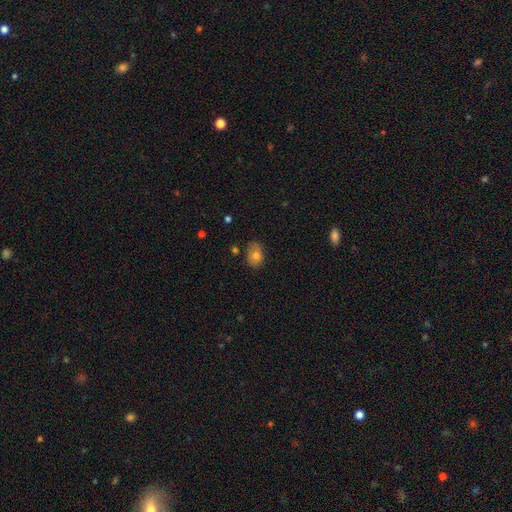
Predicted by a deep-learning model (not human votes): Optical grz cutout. It shows a smooth galaxy with no disk features (75%) that is in between round and cigar-shaped (79%). Merging: none (69%).